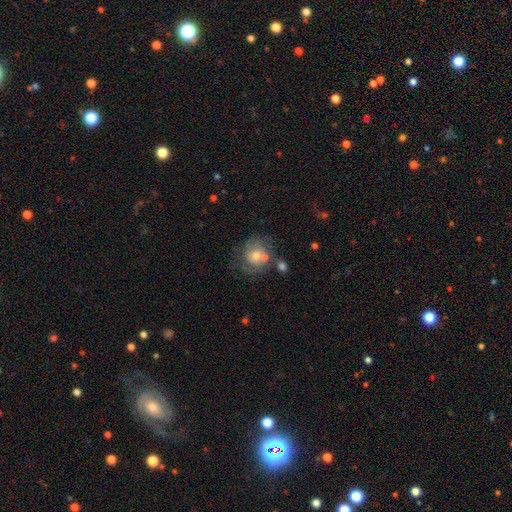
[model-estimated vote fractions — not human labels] The model was most divided on "smooth or featured": featured or disk: 47%, smooth: 42%, star or artifact: 11%. More confident: merging — none (52%).